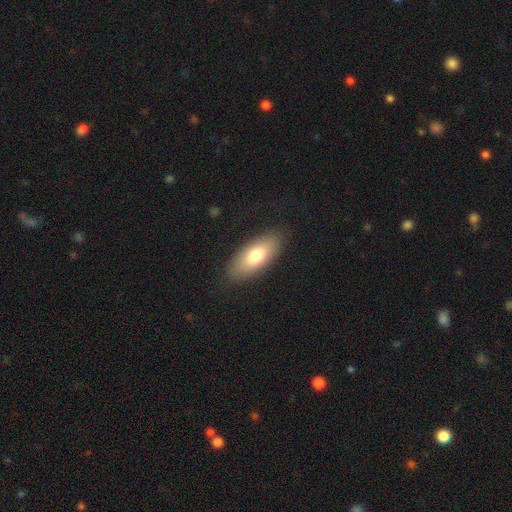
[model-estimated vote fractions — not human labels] Smooth or featured?
  - smooth: 75% *
  - featured or disk: 18%
  - star or artifact: 6%
How rounded?
  - in between: 83% *
  - cigar-shaped: 14%
  - round: 3%
Merging?
  - none: 87% *
  - minor disturbance: 10%
  - major disturbance: 3%
  - merger: 1%